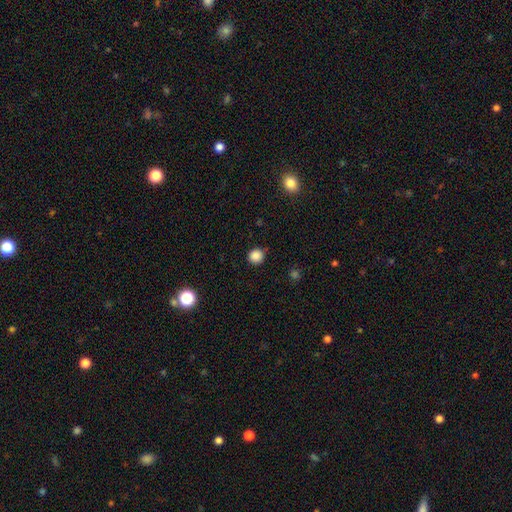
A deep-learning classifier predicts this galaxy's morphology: smooth-or-featured: smooth: 85% | star or artifact: 12% | featured or disk: 3%
  how-rounded: round: 91% | in between: 8% | cigar-shaped: 1%
  merging: none: 87% | minor disturbance: 9% | major disturbance: 2% | merger: 2%